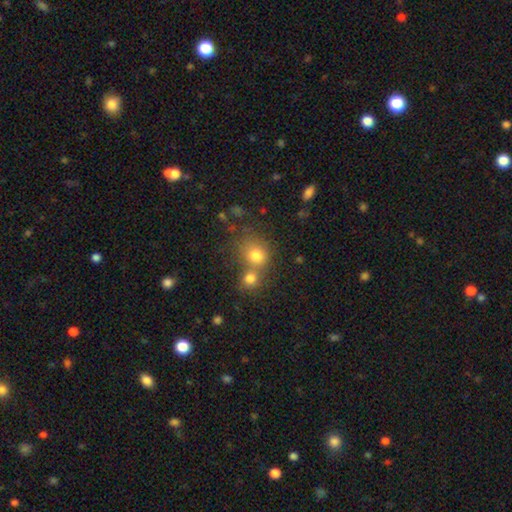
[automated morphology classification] Overall: smooth (76%). How rounded: round (75%). Merging: merger (48%; none 39%).